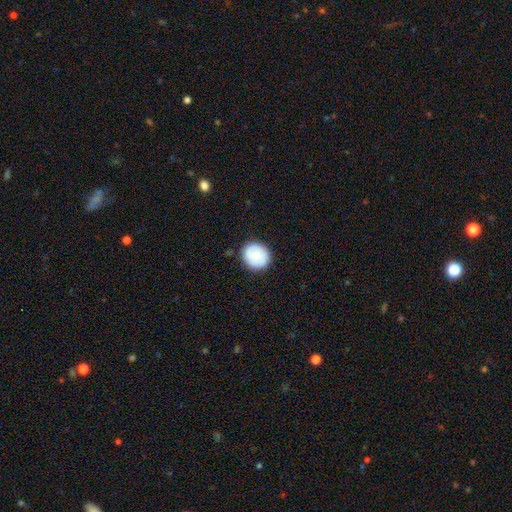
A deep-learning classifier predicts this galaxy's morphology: Q: Smooth or featured?
A: smooth (81%); runner-up: featured or disk (12%)
Q: How rounded?
A: round (86%); runner-up: in between (13%)
Q: Merging?
A: none (89%); runner-up: minor disturbance (8%)